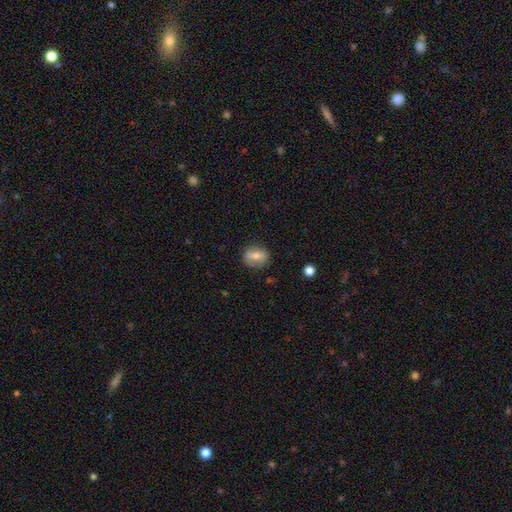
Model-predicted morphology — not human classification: The model was most divided on "how rounded": round: 53%, in between: 44%, cigar-shaped: 2%. More confident: merging — none (77%); smooth or featured — smooth (55%).